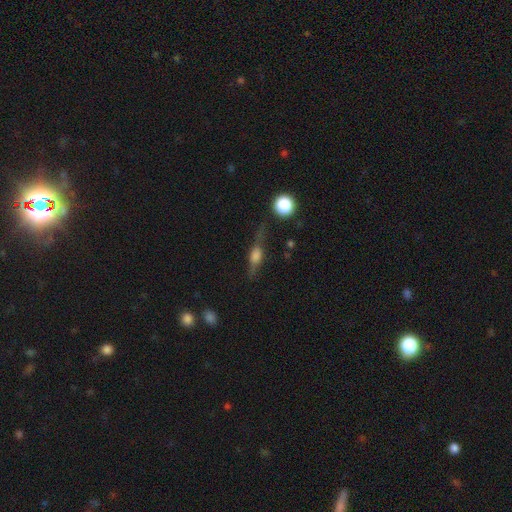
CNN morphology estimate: Smooth or featured? featured or disk (64%)
Edge-on disk? yes (91%)
Edge-on bulge? rounded (82%)
Merging? none (72%)